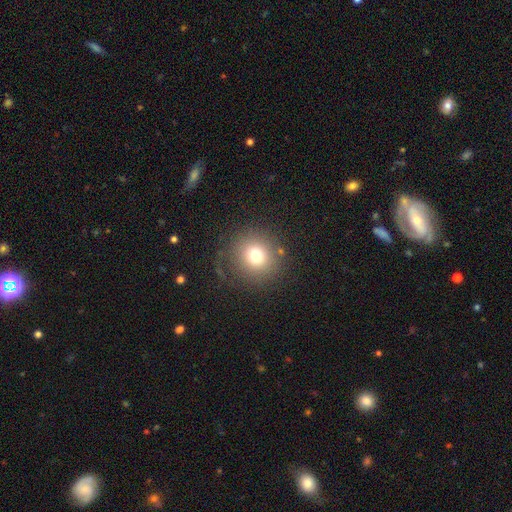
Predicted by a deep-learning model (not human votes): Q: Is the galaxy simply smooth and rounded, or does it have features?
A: smooth — 73%.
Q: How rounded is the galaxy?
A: round — 92%.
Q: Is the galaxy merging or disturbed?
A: none — 82%.